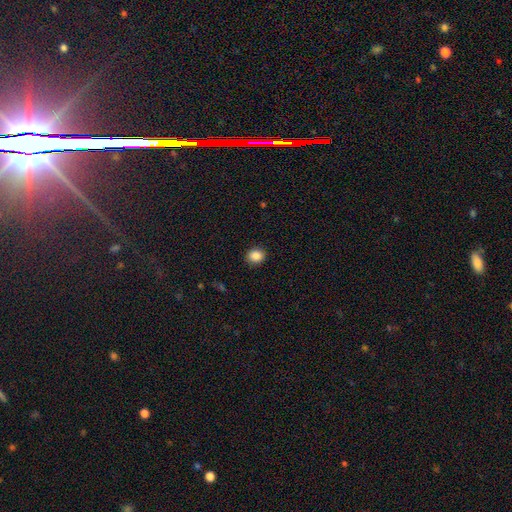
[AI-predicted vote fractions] A smooth galaxy with no disk features (88%) that is round (73%).

Vote fractions:
- Smooth or featured? smooth: 88% / star or artifact: 9% / featured or disk: 3%
- How rounded? round: 73% / in between: 26% / cigar-shaped: 1%
- Merging? none: 90% / minor disturbance: 7% / major disturbance: 2% / merger: 1%